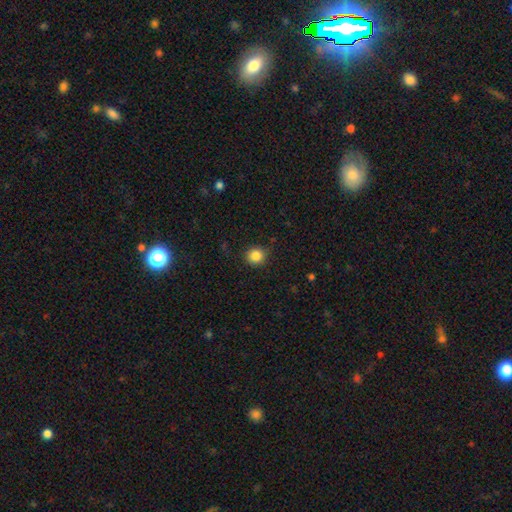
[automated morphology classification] type=smooth (86%); roundness=round (91%); merging=none (88%).